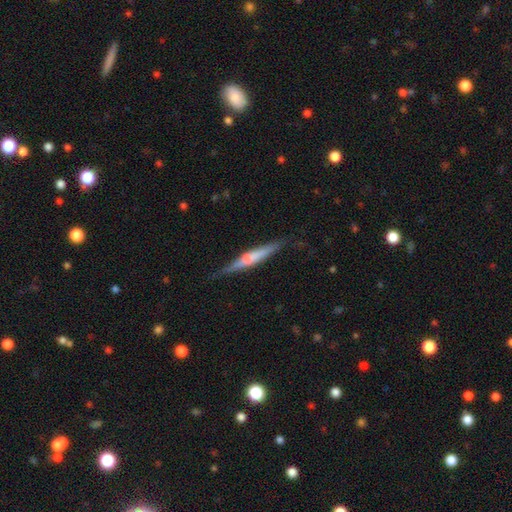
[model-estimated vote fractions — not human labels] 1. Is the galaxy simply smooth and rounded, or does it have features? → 65% featured or disk, 28% smooth, 6% star or artifact.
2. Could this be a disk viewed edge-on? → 96% yes, 4% no.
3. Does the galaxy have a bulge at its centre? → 72% rounded, 20% none, 7% boxy.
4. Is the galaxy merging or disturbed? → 81% none, 14% minor disturbance, 3% major disturbance, 1% merger.